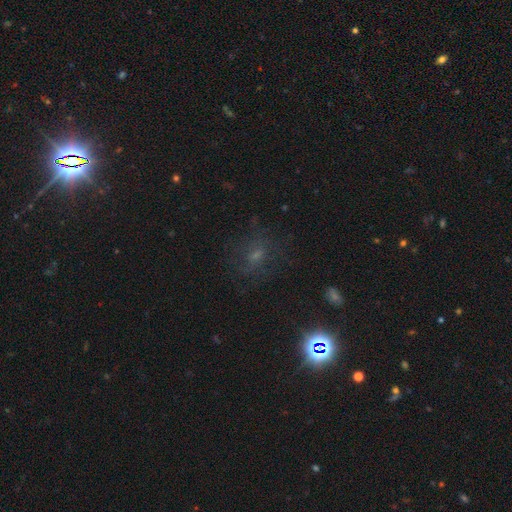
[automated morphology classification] A smooth galaxy with no disk features (44%). Merging: none (67%).